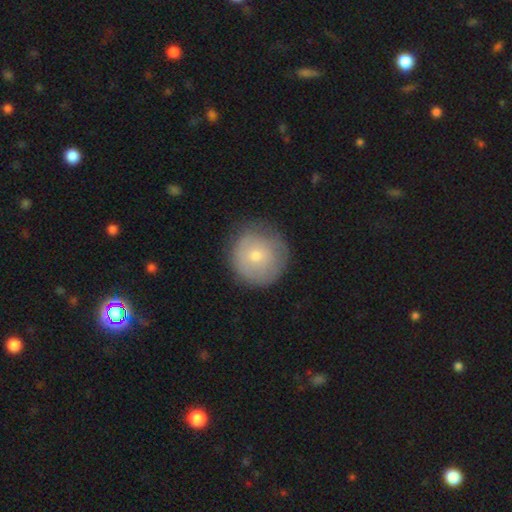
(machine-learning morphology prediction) smooth 64%, featured or disk 29%, star or artifact 8%. Down the decision tree: how rounded — round (94%); merging — none (78%).